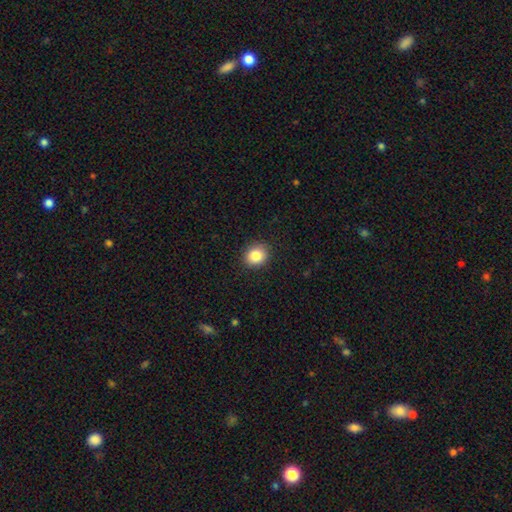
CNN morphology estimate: Q: Smooth or featured?
A: smooth (85%); runner-up: star or artifact (9%)
Q: How rounded?
A: round (71%); runner-up: in between (28%)
Q: Merging?
A: none (90%); runner-up: minor disturbance (7%)